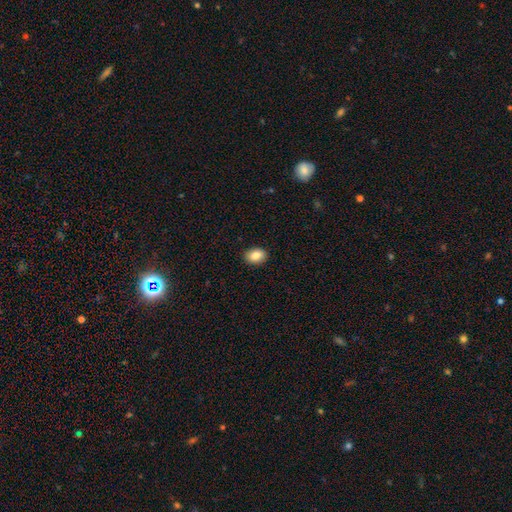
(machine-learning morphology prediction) The model was most divided on "how rounded": in between: 73%, round: 26%, cigar-shaped: 1%. More confident: merging — none (91%); smooth or featured — smooth (86%).